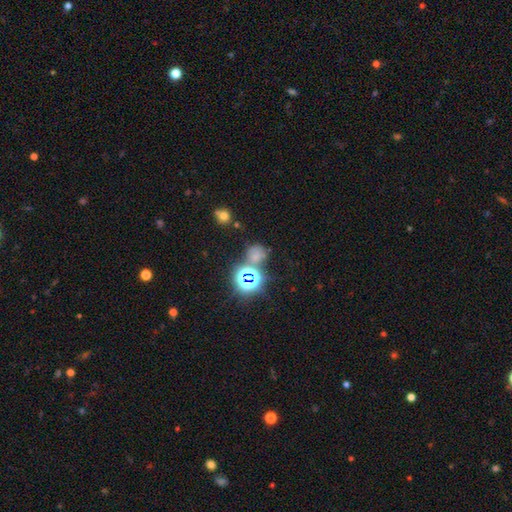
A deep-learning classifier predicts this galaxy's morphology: A star or artifact, not a galaxy (49%).